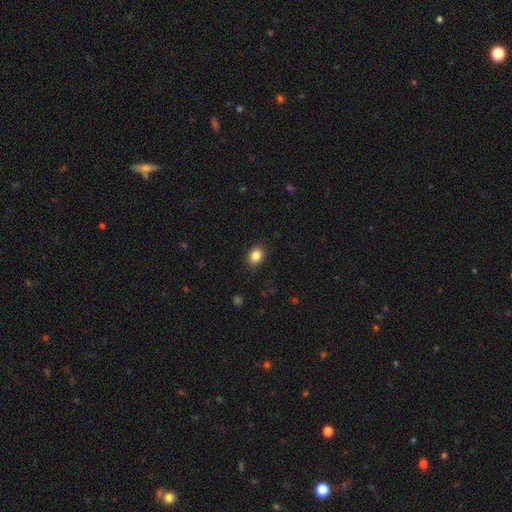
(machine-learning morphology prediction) This appears to be a smooth galaxy with no disk features (85%) that is in between round and cigar-shaped (53%). Merging: none (87%).